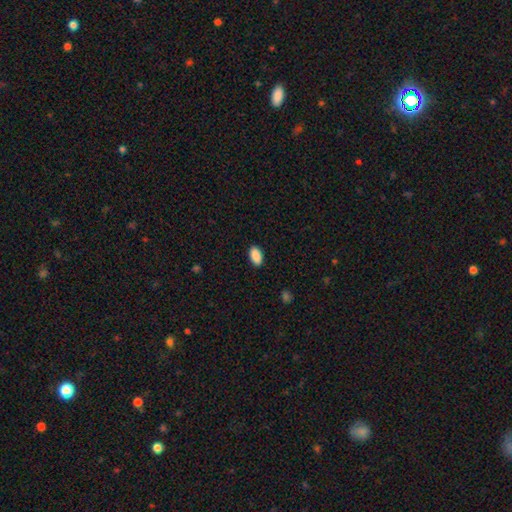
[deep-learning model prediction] Q: Smooth or featured?
A: smooth (90%); runner-up: star or artifact (7%)
Q: How rounded?
A: in between (94%); runner-up: round (3%)
Q: Merging?
A: none (89%); runner-up: minor disturbance (8%)